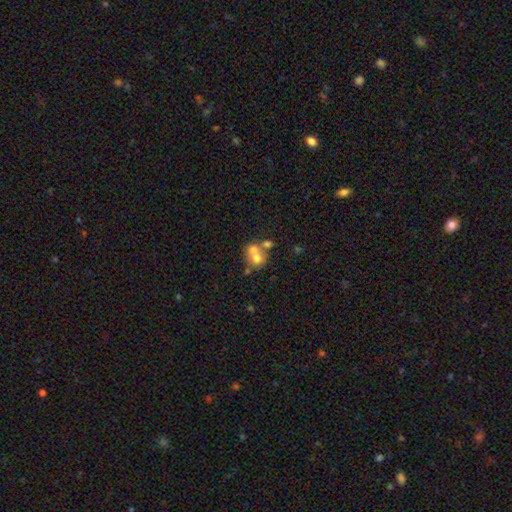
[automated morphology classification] A smooth galaxy with no disk features (62%) that is round (77%). Merging: merger (56%).